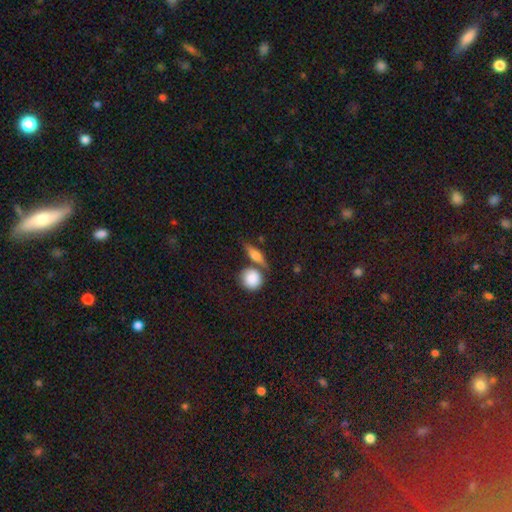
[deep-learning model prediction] This appears to be a smooth galaxy with no disk features (46%). Merging: none (69%).